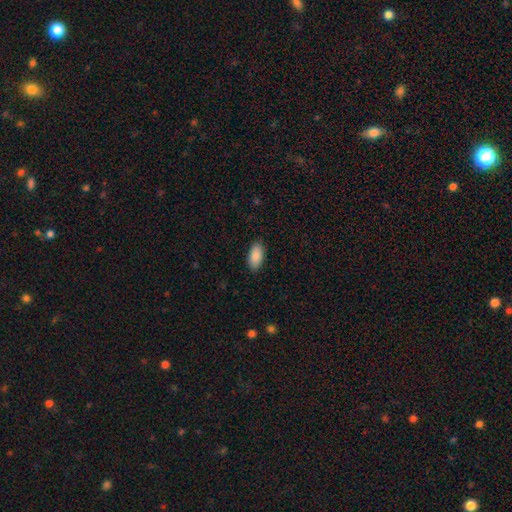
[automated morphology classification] Smooth or featured? smooth (90%)
How rounded? in between (93%)
Merging? none (89%)